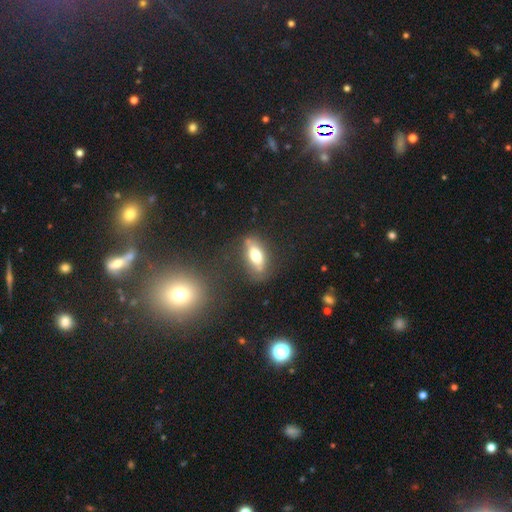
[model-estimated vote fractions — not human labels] Smooth or featured? smooth (61%)
How rounded? in between (74%)
Merging? none (69%)